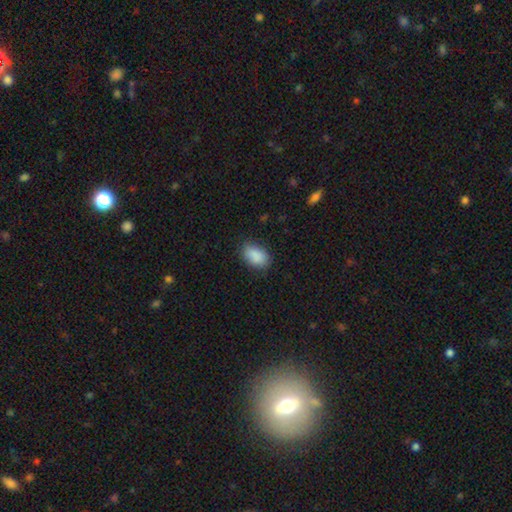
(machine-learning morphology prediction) This is clearly a smooth galaxy (89%). How rounded: clearly in between (89%). Merging: clearly none (81%).